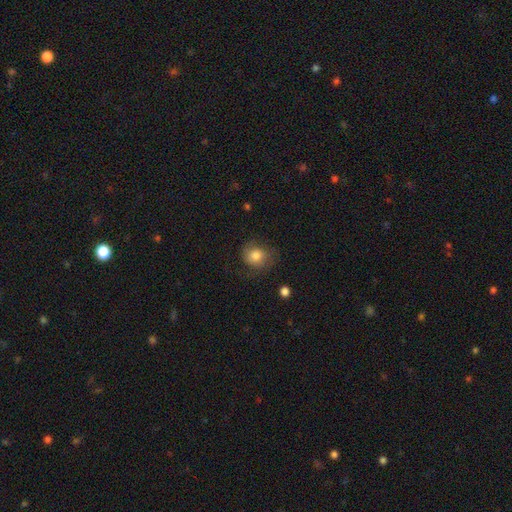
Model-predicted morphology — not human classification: A smooth galaxy with no disk features (77%) that is round (73%). Merging: none (65%).